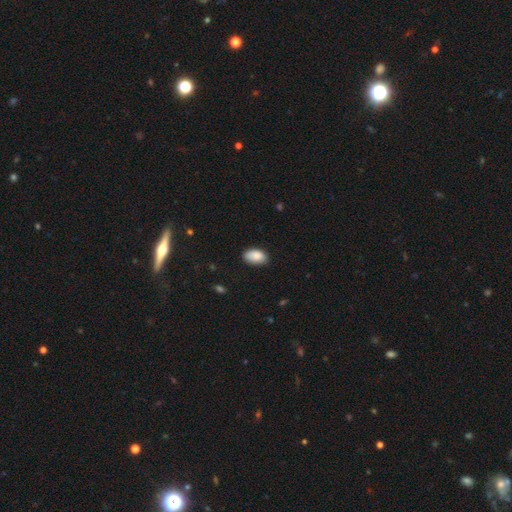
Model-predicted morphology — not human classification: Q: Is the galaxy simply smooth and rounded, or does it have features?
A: smooth — 88%.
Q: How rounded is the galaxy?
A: in between — 92%.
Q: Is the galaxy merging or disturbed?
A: none — 80%.